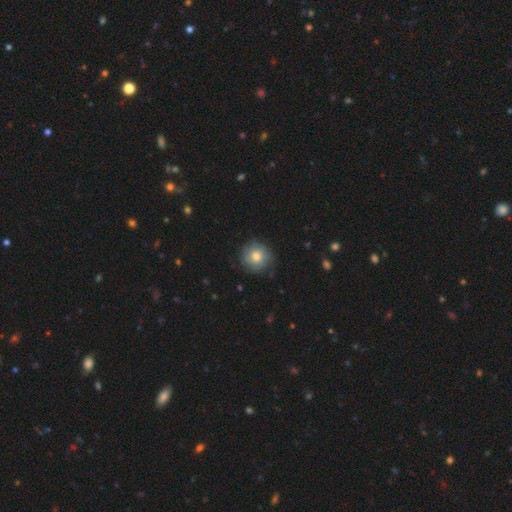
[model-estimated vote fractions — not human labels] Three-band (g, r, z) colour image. It shows a smooth galaxy with no disk features (55%) that is round (92%). Merging: none (79%).